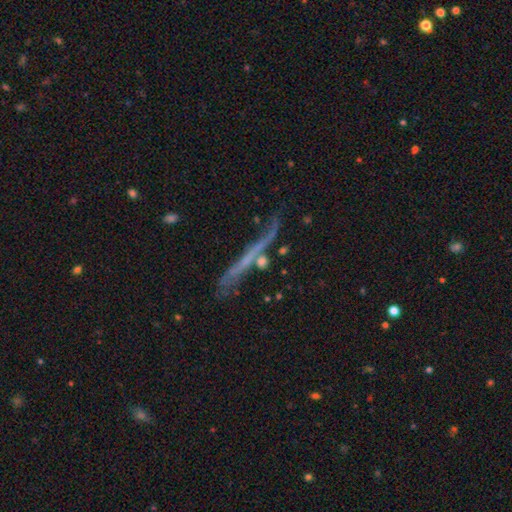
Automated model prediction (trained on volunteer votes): Smooth or featured: featured or disk — 59% (smooth — 28%)
Edge-on disk: yes — 75% (no — 25%)
Merging: none — 50% (minor disturbance — 19%)